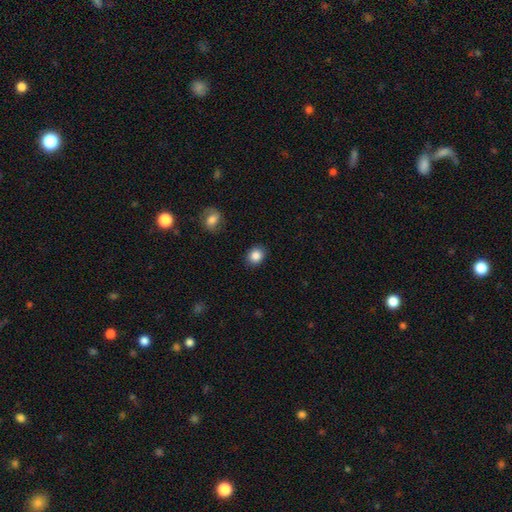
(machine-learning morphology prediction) This appears to be a smooth galaxy with no disk features (86%) that is round (65%). Merging: none (89%).